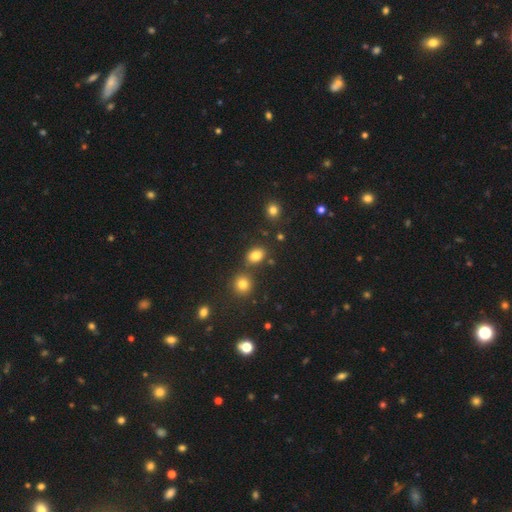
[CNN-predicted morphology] Smooth or featured: smooth — 81% (star or artifact — 12%)
How rounded: in between — 73% (round — 26%)
Merging: none — 73% (merger — 13%)